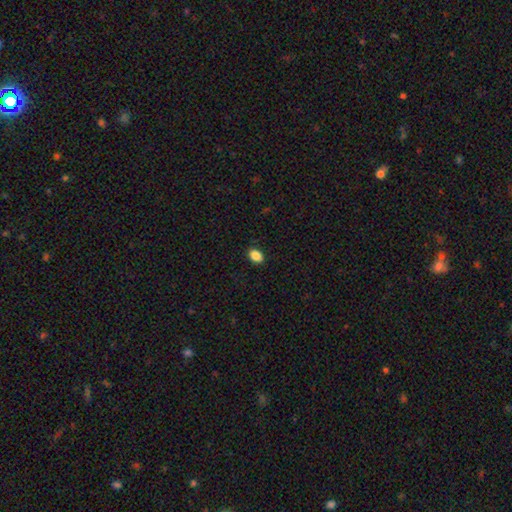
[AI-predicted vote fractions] smooth 87%, star or artifact 9%, featured or disk 4%. Down the decision tree: how rounded — in between (75%); merging — none (89%).